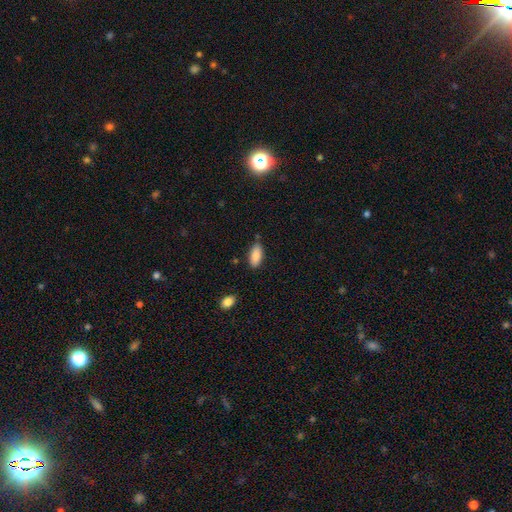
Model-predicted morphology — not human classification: Overall: smooth (87%). How rounded: in between (86%). Merging: none (78%).